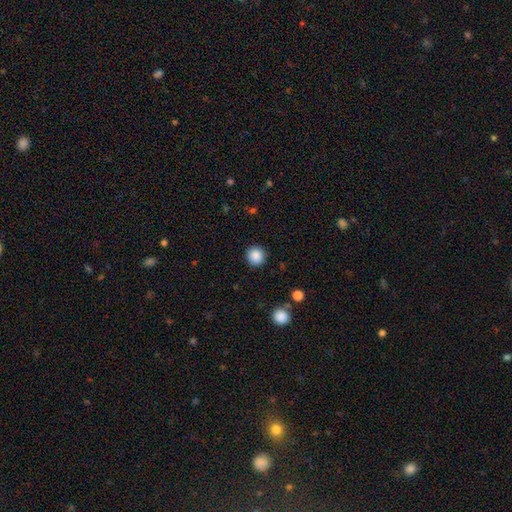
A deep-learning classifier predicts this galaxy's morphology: Smooth or featured: smooth — 88% (star or artifact — 9%)
How rounded: round — 93% (in between — 6%)
Merging: none — 91% (minor disturbance — 5%)